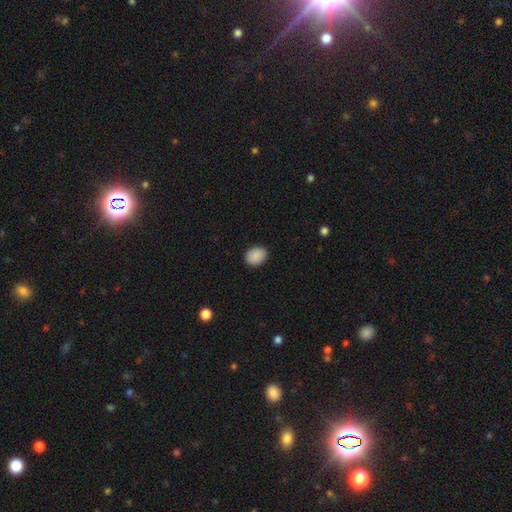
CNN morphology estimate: Smooth or featured? smooth (89%)
How rounded? in between (56%)
Merging? none (90%)